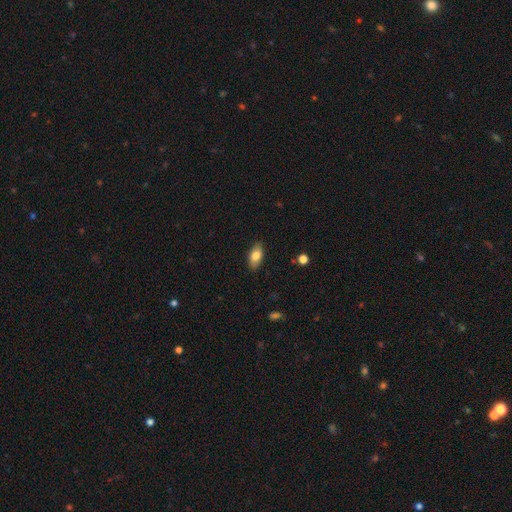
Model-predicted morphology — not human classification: Smooth or featured? Predicted: smooth (p=0.80). How rounded? Predicted: in between (p=0.90). Merging? Predicted: none (p=0.86).